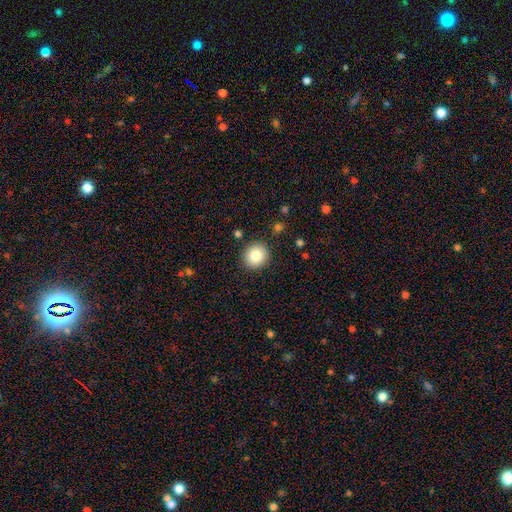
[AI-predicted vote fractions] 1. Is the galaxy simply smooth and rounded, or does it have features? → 82% smooth, 10% star or artifact, 8% featured or disk.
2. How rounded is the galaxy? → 85% round, 15% in between, 1% cigar-shaped.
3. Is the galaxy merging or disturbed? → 90% none, 7% minor disturbance, 2% major disturbance, 2% merger.